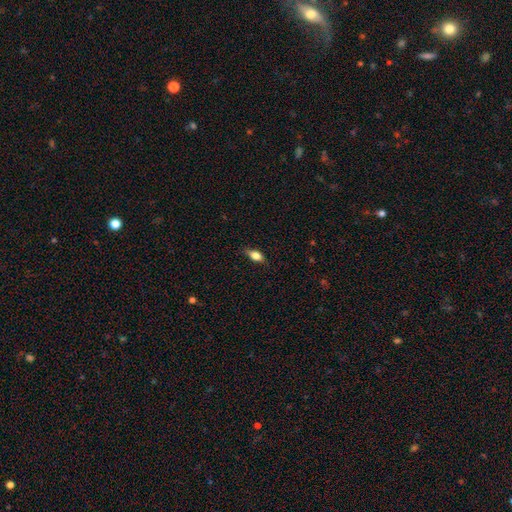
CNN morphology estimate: A smooth galaxy with no disk features (76%) that is in between round and cigar-shaped (81%). Merging: none (80%).